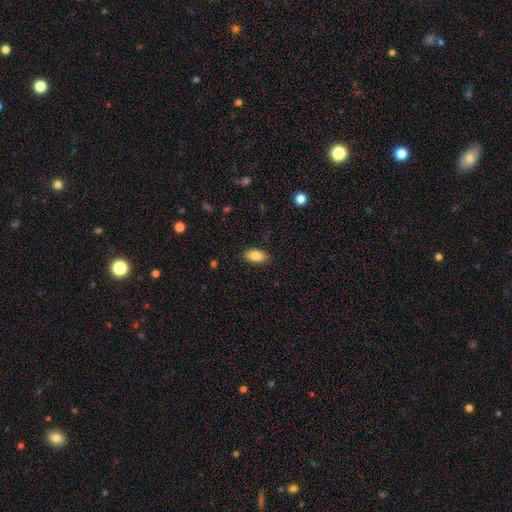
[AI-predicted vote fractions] Morphology: type=smooth (85%); roundness=in between (92%); merging=none (88%).